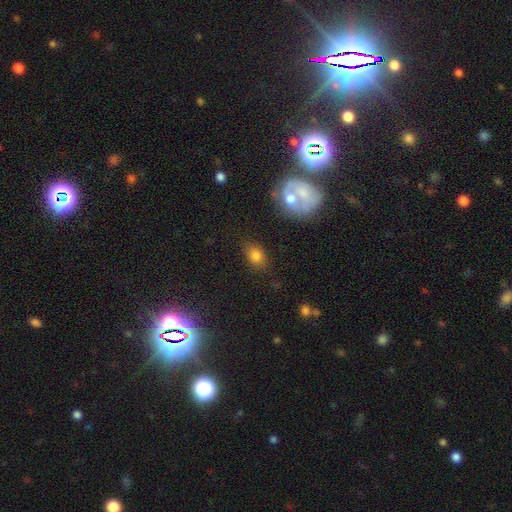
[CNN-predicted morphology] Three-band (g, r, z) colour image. It shows a smooth galaxy with no disk features (79%) that is in between round and cigar-shaped (63%). Merging: none (79%).